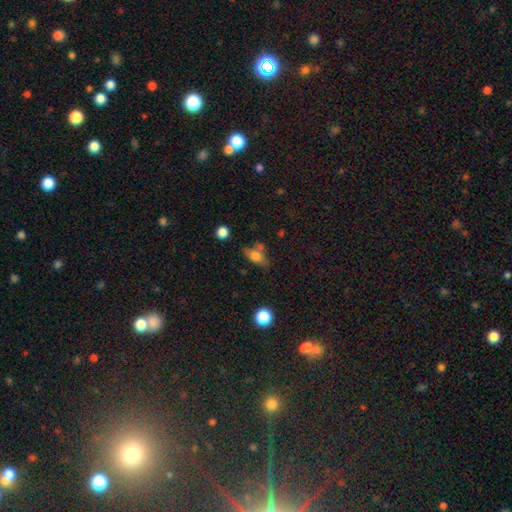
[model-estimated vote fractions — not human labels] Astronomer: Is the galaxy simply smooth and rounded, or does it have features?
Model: smooth — 71%.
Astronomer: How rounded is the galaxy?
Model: in between — 78%.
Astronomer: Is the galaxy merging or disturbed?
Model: none — 53%.